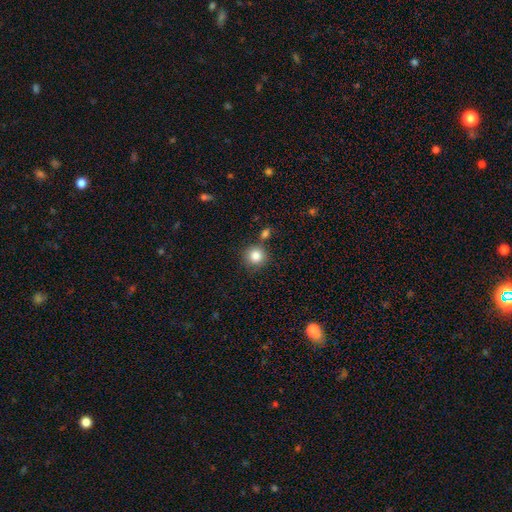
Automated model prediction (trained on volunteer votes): smooth_or_featured: smooth (p=0.85) [alt: star or artifact p=0.10]
how_rounded: round (p=0.92) [alt: in between p=0.07]
merging: none (p=0.75) [alt: merger p=0.11]